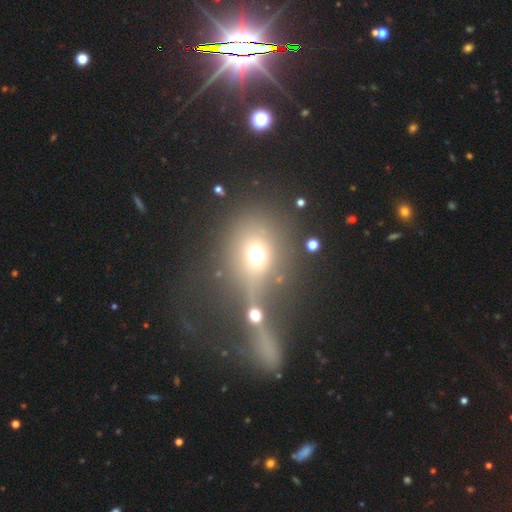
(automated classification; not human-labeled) smooth_or_featured: smooth (p=0.50) [alt: star or artifact p=0.29]
how_rounded: round (p=0.63) [alt: in between p=0.34]
merging: none (p=0.36) [alt: merger p=0.31]